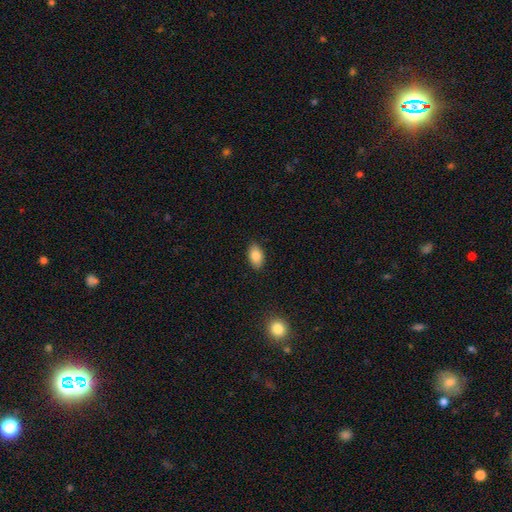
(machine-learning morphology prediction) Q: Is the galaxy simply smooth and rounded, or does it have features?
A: smooth — 86%.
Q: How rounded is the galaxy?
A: in between — 92%.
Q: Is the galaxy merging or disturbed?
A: none — 87%.